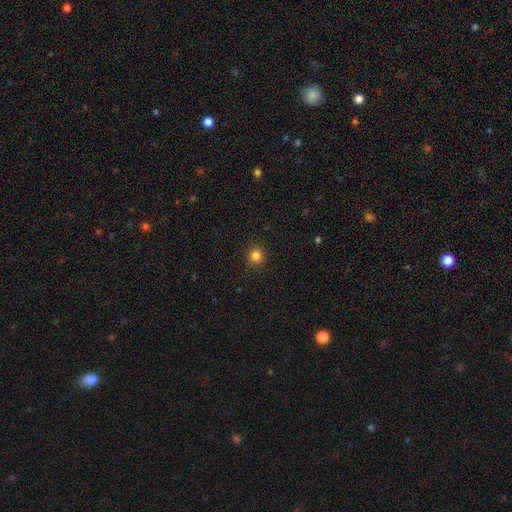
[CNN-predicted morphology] smooth_or_featured: smooth (p=0.83) [alt: star or artifact p=0.13]
how_rounded: round (p=0.93) [alt: in between p=0.06]
merging: none (p=0.92) [alt: minor disturbance p=0.05]